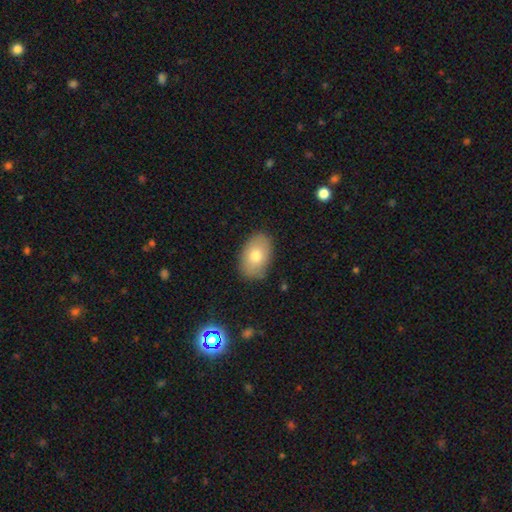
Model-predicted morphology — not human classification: This is likely a smooth galaxy (74%). How rounded: clearly in between (89%). Merging: clearly none (85%).